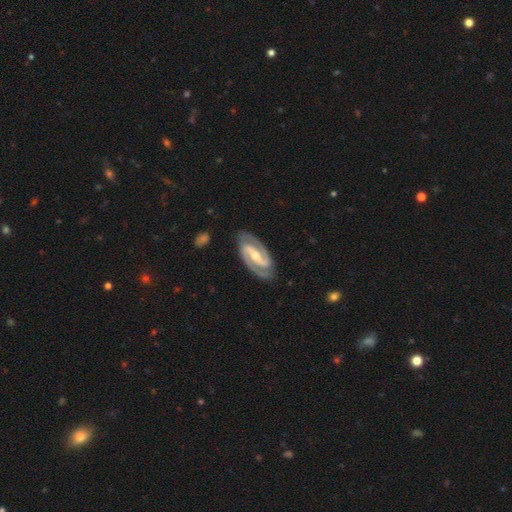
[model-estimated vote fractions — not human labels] Smooth or featured? Predicted: featured or disk (p=0.92). Edge-on disk? Predicted: no (p=0.97). Bar? Predicted: strong (p=0.61). Spiral arms? Predicted: yes (p=0.98). Spiral winding? Predicted: medium (p=0.48). Spiral arm count? Predicted: 2 (p=0.94). Bulge size? Predicted: small (p=0.48). Merging? Predicted: none (p=0.86).